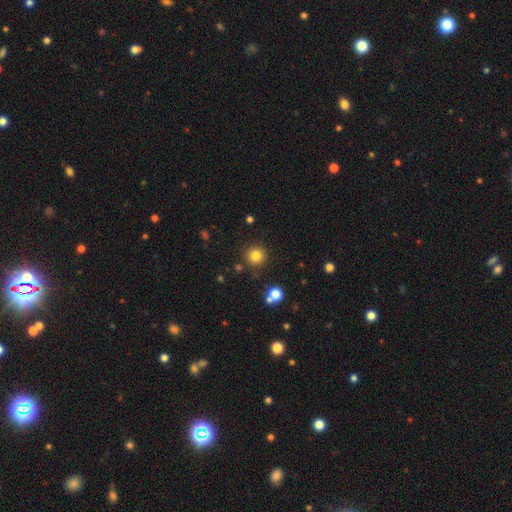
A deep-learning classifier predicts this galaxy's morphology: Overall: smooth (82%). How rounded: round (94%). Merging: none (88%).